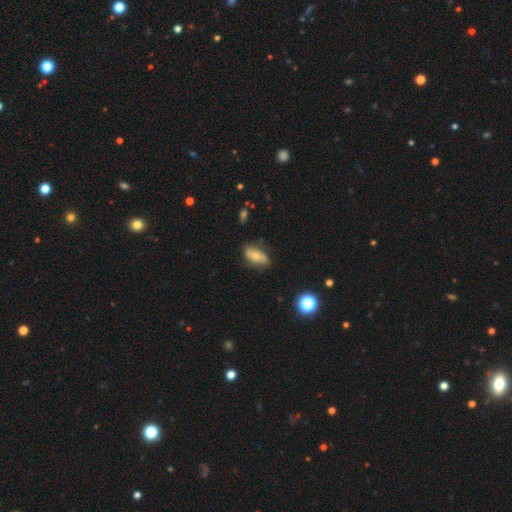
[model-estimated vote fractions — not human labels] Q: Smooth or featured?
A: smooth (60%); runner-up: featured or disk (31%)
Q: How rounded?
A: in between (87%); runner-up: cigar-shaped (8%)
Q: Merging?
A: none (67%); runner-up: minor disturbance (25%)